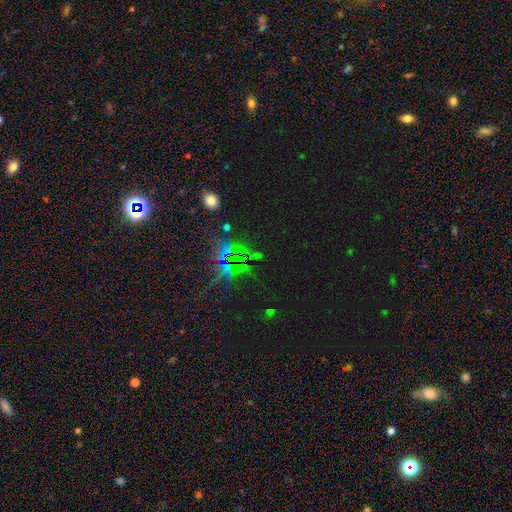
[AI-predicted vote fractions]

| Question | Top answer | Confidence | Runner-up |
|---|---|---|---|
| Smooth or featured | star or artifact | 81% | smooth (11%) |